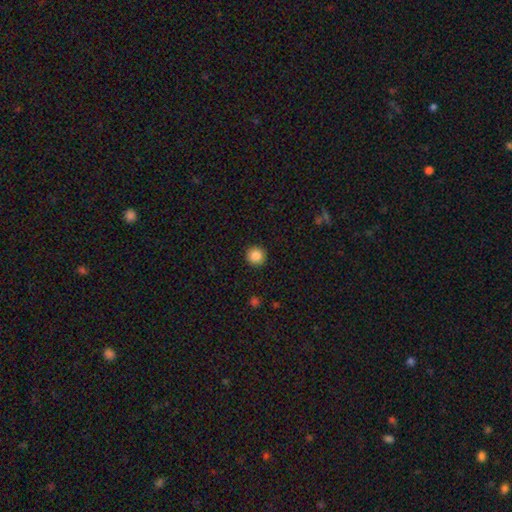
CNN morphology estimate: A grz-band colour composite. It shows a smooth galaxy with no disk features (87%) that is round (95%). Merging: none (93%).